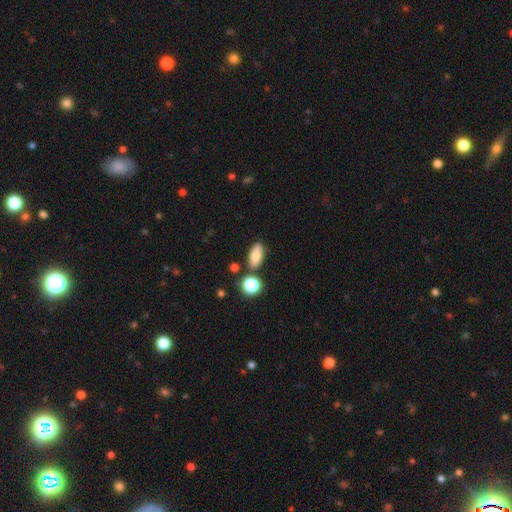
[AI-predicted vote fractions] Morphology: type=smooth (79%); roundness=in between (81%); merging=none (80%).